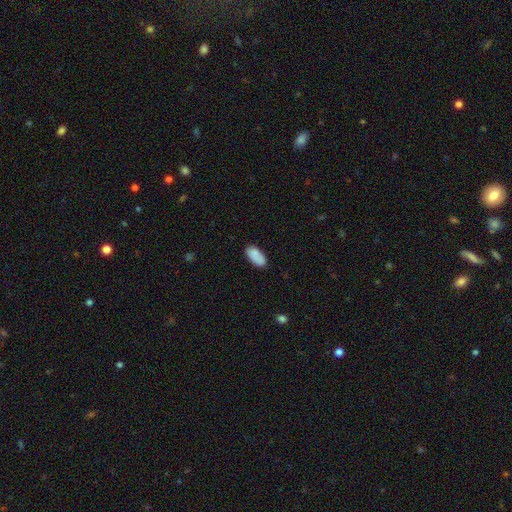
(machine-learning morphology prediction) A smooth galaxy with no disk features (84%) that is in between round and cigar-shaped (92%). Merging: none (76%).